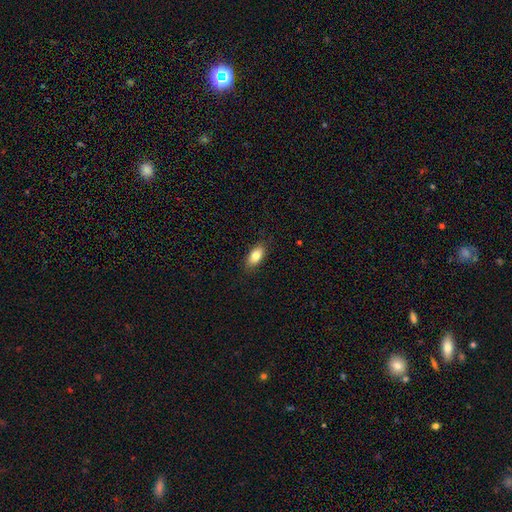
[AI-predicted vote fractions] Morphology: type=smooth (80%); roundness=in between (88%); merging=none (85%).